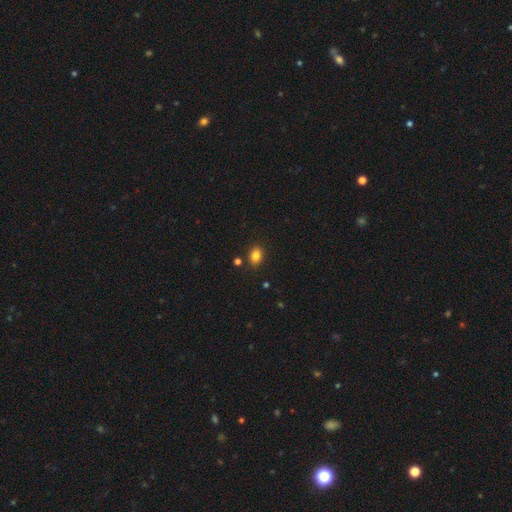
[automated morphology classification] The model was most divided on "how rounded": in between: 70%, round: 29%, cigar-shaped: 1%. More confident: merging — none (85%); smooth or featured — smooth (84%).